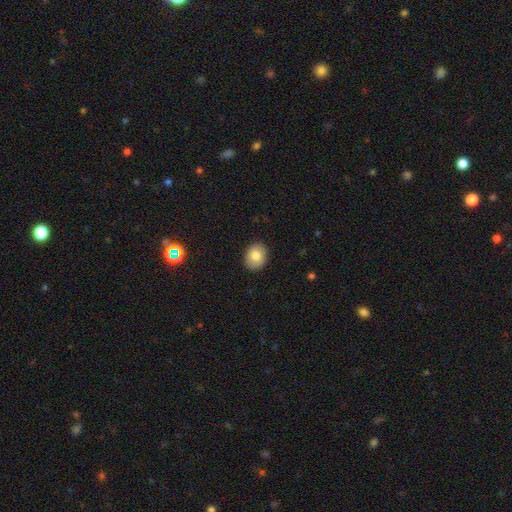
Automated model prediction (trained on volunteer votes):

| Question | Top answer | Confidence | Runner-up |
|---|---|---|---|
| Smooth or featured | smooth | 82% | featured or disk (10%) |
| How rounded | in between | 54% | round (45%) |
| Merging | none | 88% | minor disturbance (9%) |